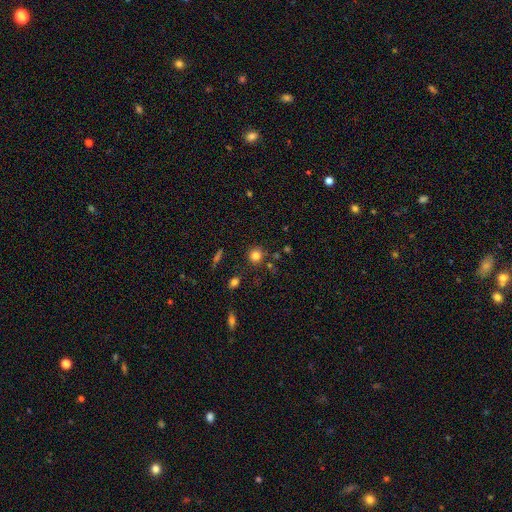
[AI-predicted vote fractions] A smooth galaxy with no disk features (81%) that is round (90%). Merging: none (82%).